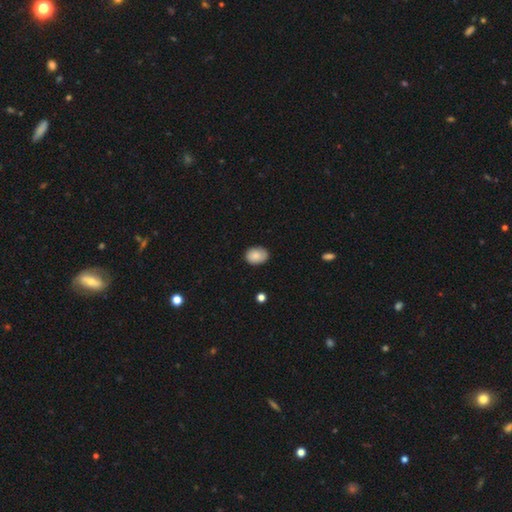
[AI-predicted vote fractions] smooth-or-featured: smooth: 86% | star or artifact: 8% | featured or disk: 7%
  how-rounded: in between: 68% | round: 31% | cigar-shaped: 1%
  merging: none: 81% | minor disturbance: 15% | major disturbance: 2% | merger: 1%